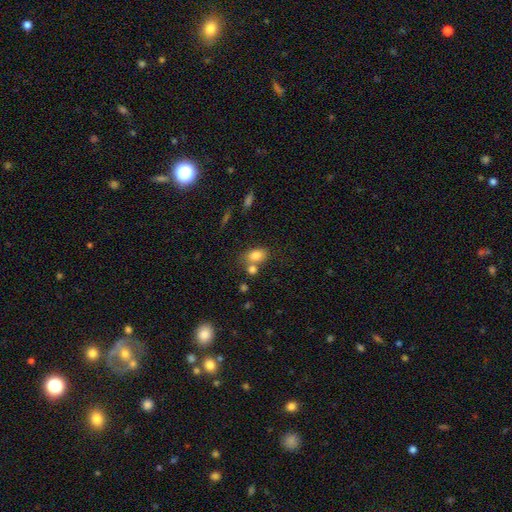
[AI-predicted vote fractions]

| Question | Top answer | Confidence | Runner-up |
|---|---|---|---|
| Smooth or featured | smooth | 81% | star or artifact (10%) |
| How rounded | in between | 75% | round (24%) |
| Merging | none | 52% | merger (31%) |